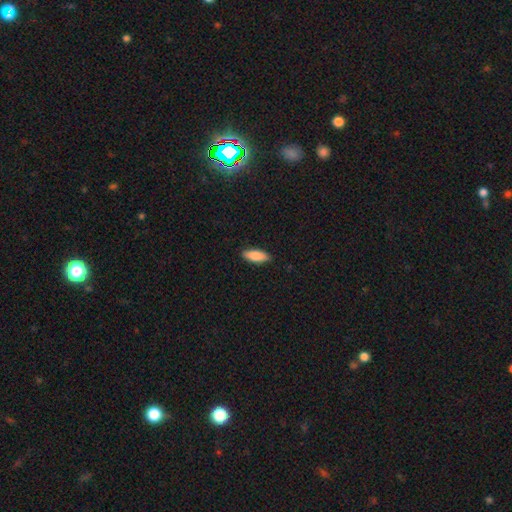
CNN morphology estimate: Smooth or featured? smooth (87%)
How rounded? in between (73%)
Merging? none (88%)